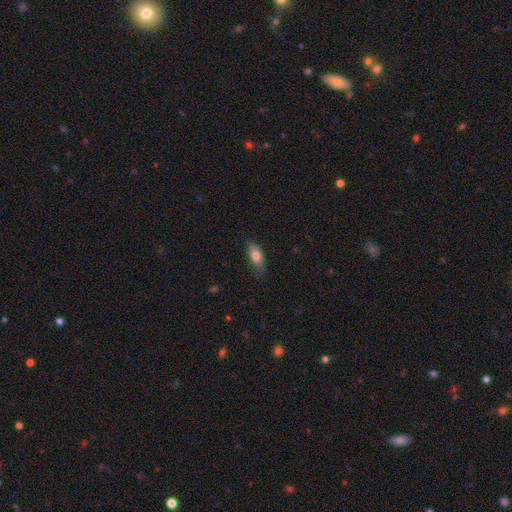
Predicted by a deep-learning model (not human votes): smooth_or_featured: smooth (p=0.78) [alt: featured or disk p=0.15]
how_rounded: in between (p=0.82) [alt: cigar-shaped p=0.14]
merging: none (p=0.69) [alt: minor disturbance p=0.24]